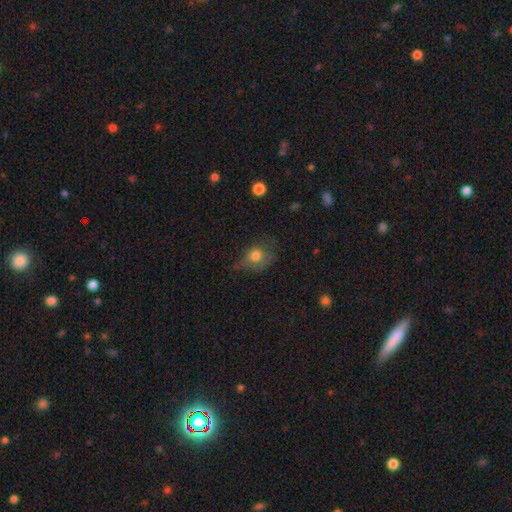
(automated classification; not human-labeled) Smooth or featured? smooth (71%)
How rounded? round (50%)
Merging? none (41%)